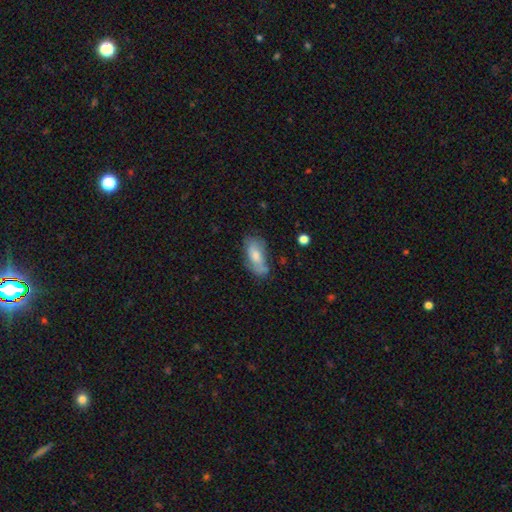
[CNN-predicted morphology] Smooth or featured? smooth (62%)
How rounded? in between (86%)
Merging? none (55%)